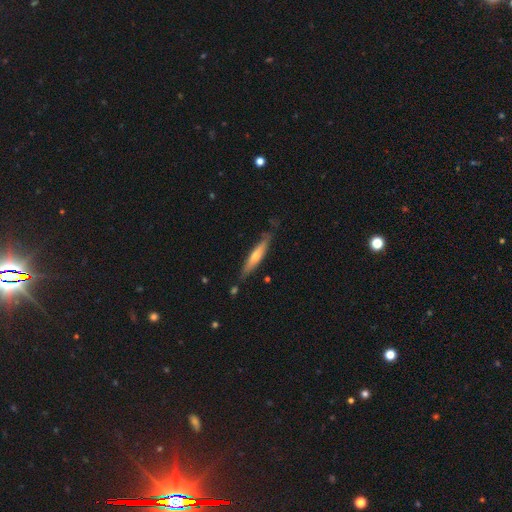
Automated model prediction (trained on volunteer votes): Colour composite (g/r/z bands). It shows a featured or disk galaxy (50%). Merging: none (76%).